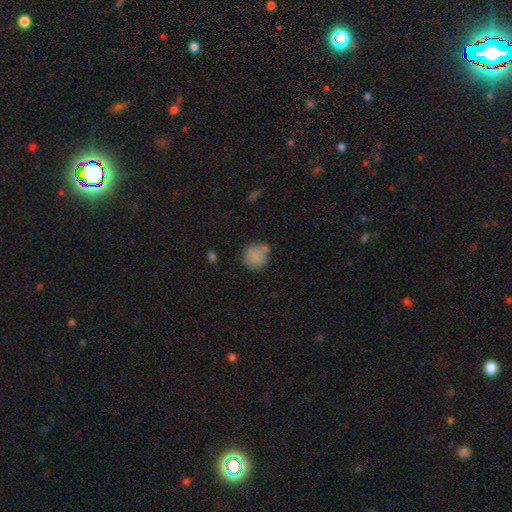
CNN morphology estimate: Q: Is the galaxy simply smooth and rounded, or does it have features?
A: smooth — 83%.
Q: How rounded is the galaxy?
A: round — 89%.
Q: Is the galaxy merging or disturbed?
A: none — 66%.